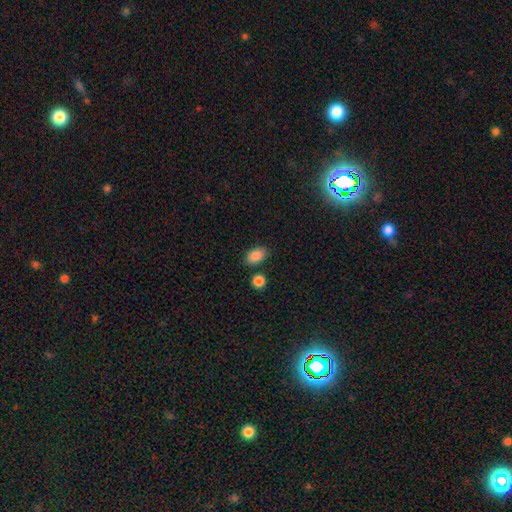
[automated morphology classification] smooth 87%, star or artifact 8%, featured or disk 4%. Down the decision tree: how rounded — in between (84%); merging — none (78%).